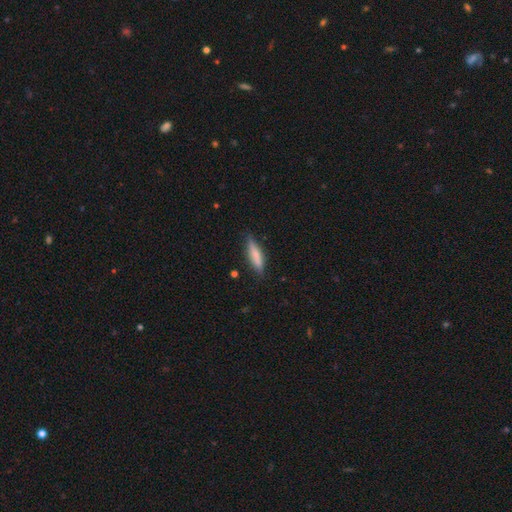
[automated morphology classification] smooth-or-featured: smooth: 61% | featured or disk: 32% | star or artifact: 7%
  how-rounded: cigar-shaped: 76% | in between: 22% | round: 2%
  merging: none: 83% | minor disturbance: 13% | major disturbance: 3% | merger: 2%